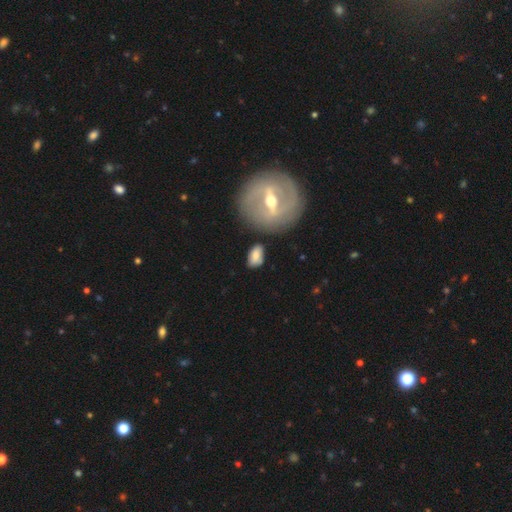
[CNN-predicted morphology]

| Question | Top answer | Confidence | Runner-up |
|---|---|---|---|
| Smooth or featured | smooth | 65% | featured or disk (27%) |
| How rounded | in between | 82% | round (13%) |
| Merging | none | 73% | minor disturbance (16%) |